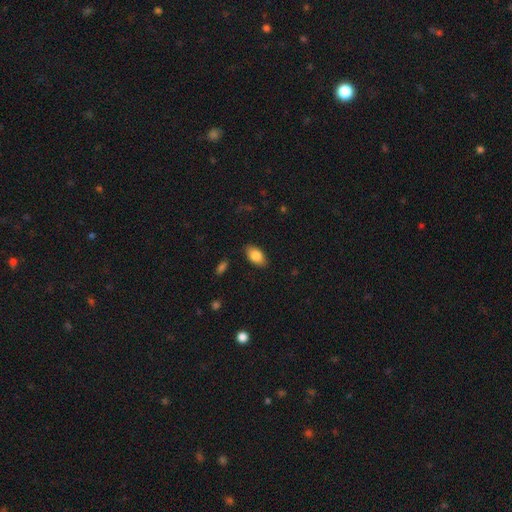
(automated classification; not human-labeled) This is clearly a smooth galaxy (84%). How rounded: clearly in between (93%). Merging: clearly none (87%).